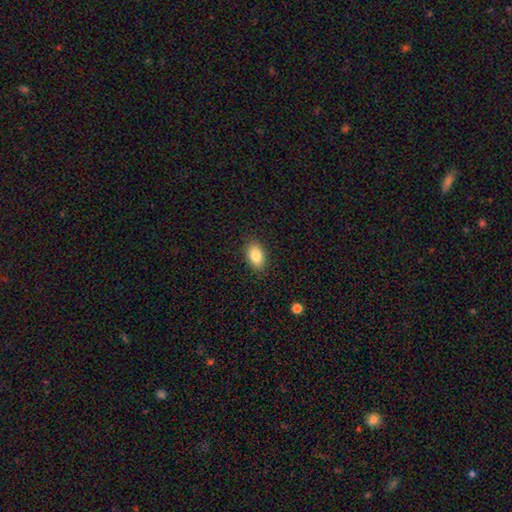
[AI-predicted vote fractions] Q: Smooth or featured?
A: smooth (84%); runner-up: star or artifact (8%)
Q: How rounded?
A: in between (89%); runner-up: round (9%)
Q: Merging?
A: none (87%); runner-up: minor disturbance (9%)